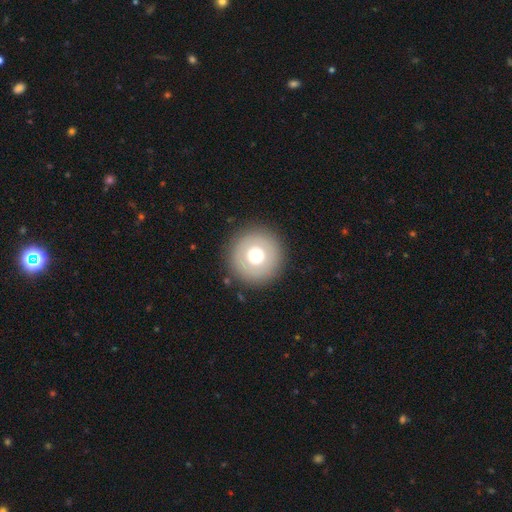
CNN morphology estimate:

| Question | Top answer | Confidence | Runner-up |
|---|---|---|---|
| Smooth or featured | smooth | 67% | featured or disk (22%) |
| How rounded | round | 97% | in between (2%) |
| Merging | none | 90% | minor disturbance (5%) |